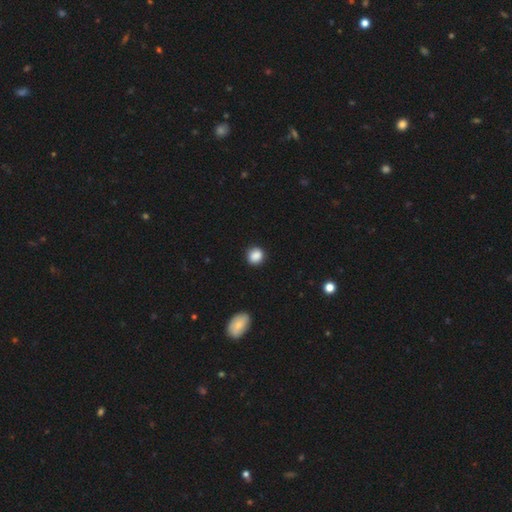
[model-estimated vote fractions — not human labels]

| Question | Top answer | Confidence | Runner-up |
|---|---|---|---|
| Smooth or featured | smooth | 87% | star or artifact (9%) |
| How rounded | round | 86% | in between (13%) |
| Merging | none | 89% | minor disturbance (8%) |